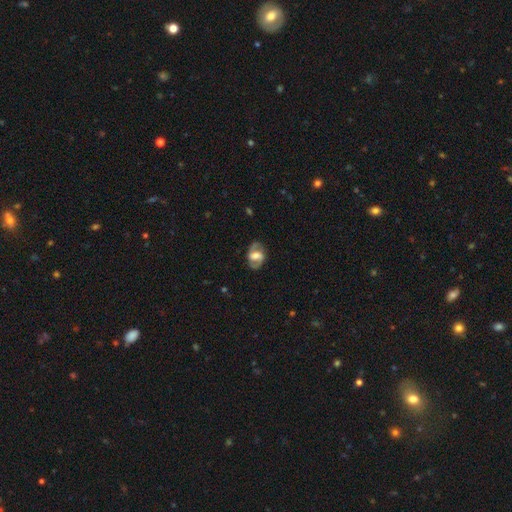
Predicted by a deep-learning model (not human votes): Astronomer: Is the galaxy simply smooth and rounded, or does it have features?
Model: featured or disk — 73%.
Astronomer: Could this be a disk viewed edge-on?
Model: no — 96%.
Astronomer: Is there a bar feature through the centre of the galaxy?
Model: weak — 44% (runner-up: strong, 32%).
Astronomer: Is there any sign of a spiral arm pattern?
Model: yes — 87%.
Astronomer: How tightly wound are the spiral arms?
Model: medium — 51% (runner-up: loose, 28%).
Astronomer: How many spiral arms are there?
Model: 2 — 89%.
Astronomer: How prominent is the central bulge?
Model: moderate — 38% (runner-up: large, 33%).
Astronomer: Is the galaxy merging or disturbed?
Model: none — 77%.